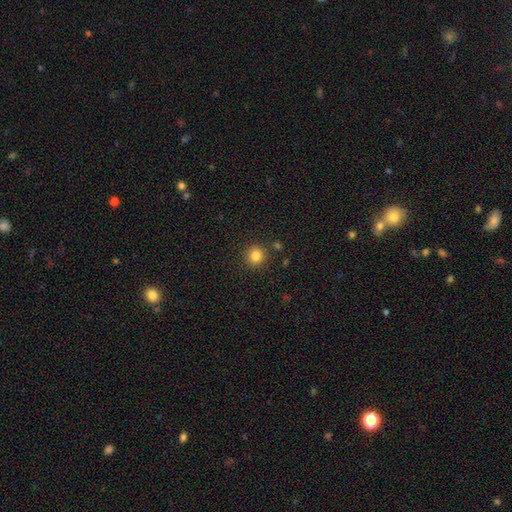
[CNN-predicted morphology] This is clearly a smooth galaxy (83%). How rounded: clearly round (89%). Merging: clearly none (88%).